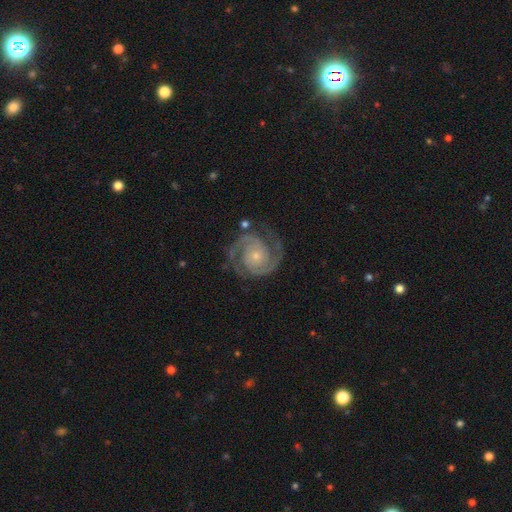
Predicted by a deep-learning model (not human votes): Q: Smooth or featured?
A: featured or disk (92%); runner-up: star or artifact (4%)
Q: Edge-on disk?
A: no (98%); runner-up: yes (2%)
Q: Bar?
A: no (73%); runner-up: weak (20%)
Q: Spiral arms?
A: yes (98%); runner-up: no (2%)
Q: Spiral winding?
A: tight (54%); runner-up: medium (40%)
Q: Spiral arm count?
A: 2 (91%); runner-up: 3 (3%)
Q: Bulge size?
A: small (66%); runner-up: moderate (28%)
Q: Merging?
A: none (79%); runner-up: minor disturbance (13%)